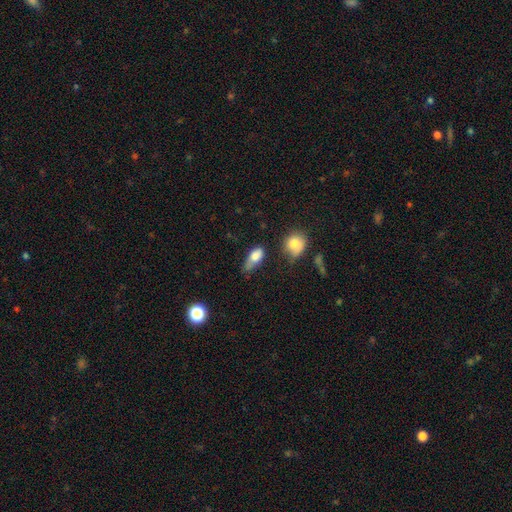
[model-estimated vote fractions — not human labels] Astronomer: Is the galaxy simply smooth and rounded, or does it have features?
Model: smooth — 78%.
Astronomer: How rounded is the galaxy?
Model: in between — 81%.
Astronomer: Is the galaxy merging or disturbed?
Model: minor disturbance — 43% (runner-up: none, 31%).